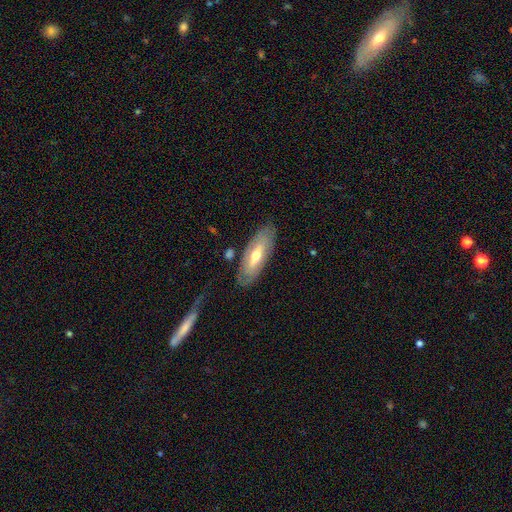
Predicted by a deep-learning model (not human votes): A featured or disk galaxy (50%).

Vote fractions:
- Smooth or featured? featured or disk: 50% / smooth: 44% / star or artifact: 6%
- Merging? none: 78% / minor disturbance: 15% / major disturbance: 4% / merger: 3%